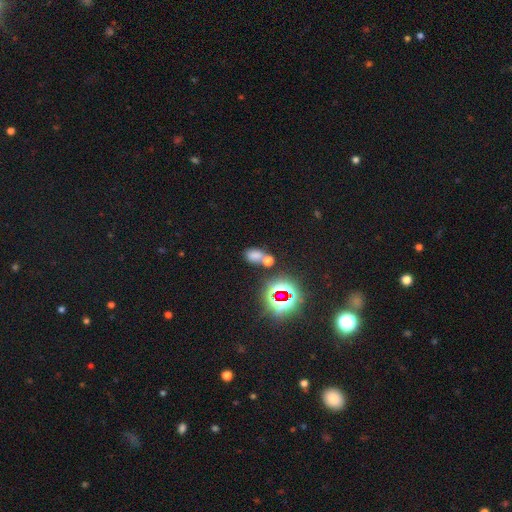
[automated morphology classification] smooth 60%, star or artifact 30%, featured or disk 10%. Down the decision tree: how rounded — in between (77%); merging — none (47%).